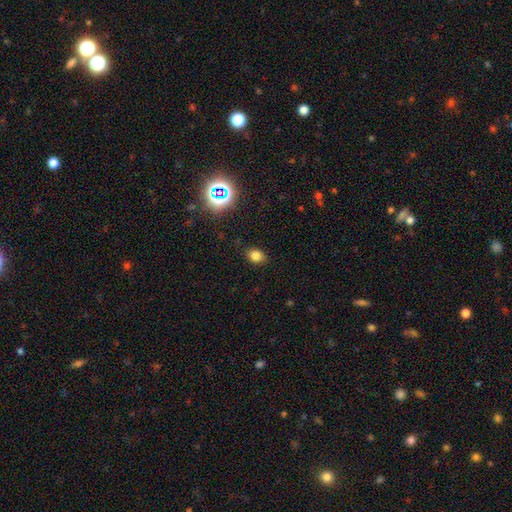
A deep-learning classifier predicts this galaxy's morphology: Smooth or featured?
  - smooth: 77% *
  - star or artifact: 17%
  - featured or disk: 7%
How rounded?
  - in between: 67% *
  - round: 32%
  - cigar-shaped: 1%
Merging?
  - none: 85% *
  - minor disturbance: 11%
  - major disturbance: 3%
  - merger: 1%